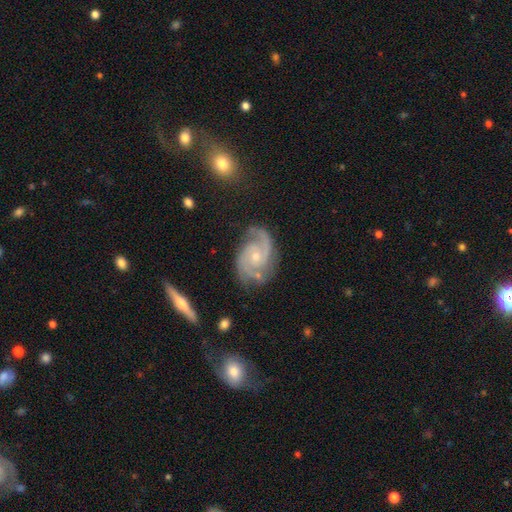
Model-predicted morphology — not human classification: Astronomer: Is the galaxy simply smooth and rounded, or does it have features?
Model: featured or disk — 91%.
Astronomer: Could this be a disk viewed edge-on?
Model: no — 98%.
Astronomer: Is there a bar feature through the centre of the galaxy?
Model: no — 66%.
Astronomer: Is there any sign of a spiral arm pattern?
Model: yes — 98%.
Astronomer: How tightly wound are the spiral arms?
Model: medium — 53% (runner-up: tight, 37%).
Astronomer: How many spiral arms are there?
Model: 2 — 81%.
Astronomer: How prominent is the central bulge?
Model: small — 60% (runner-up: moderate, 36%).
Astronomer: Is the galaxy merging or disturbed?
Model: none — 74%.